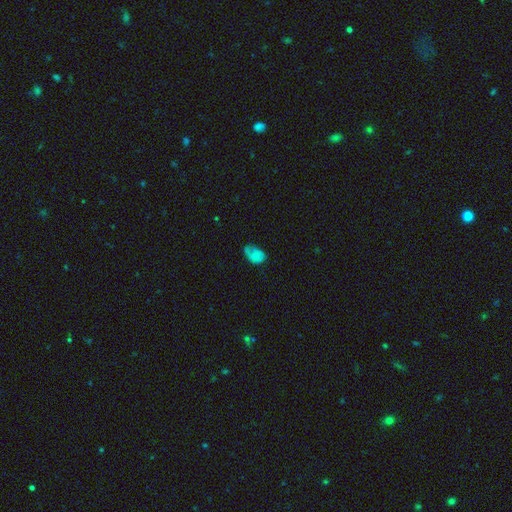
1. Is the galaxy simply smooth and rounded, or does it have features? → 60% smooth, 30% featured or disk, 10% star or artifact.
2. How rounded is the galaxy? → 67% in between, 25% round, 8% cigar-shaped.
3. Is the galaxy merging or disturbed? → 33% major disturbance, 31% minor disturbance, 25% none, 11% merger.